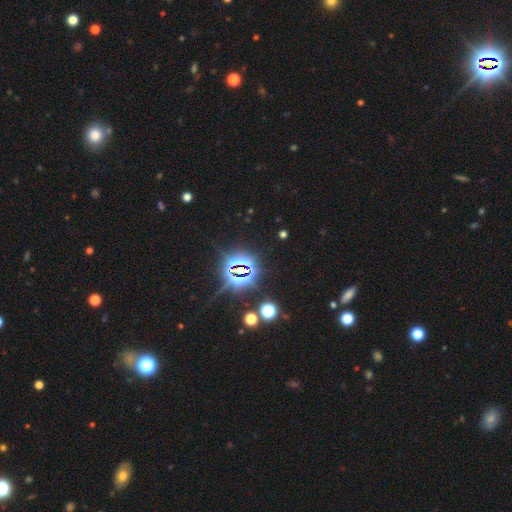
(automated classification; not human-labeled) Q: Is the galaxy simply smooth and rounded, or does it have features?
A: star or artifact — 81%.